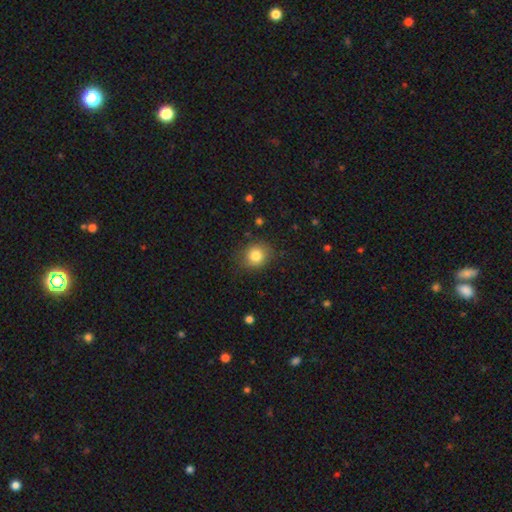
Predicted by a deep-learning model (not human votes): This is clearly a smooth galaxy (82%). How rounded: likely round (79%). Merging: clearly none (83%).